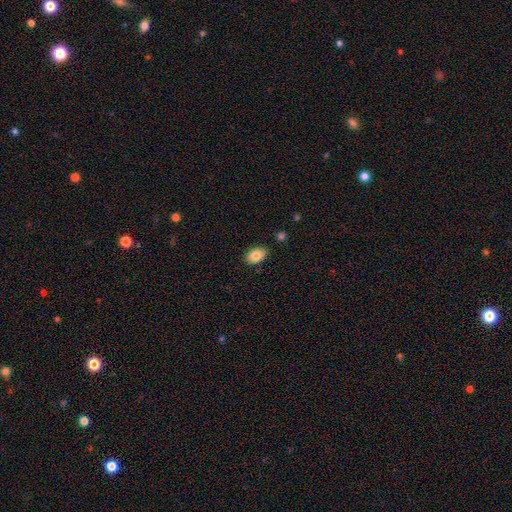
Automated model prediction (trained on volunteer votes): Smooth or featured: smooth — 85% (featured or disk — 8%)
How rounded: in between — 87% (round — 12%)
Merging: none — 85% (minor disturbance — 11%)